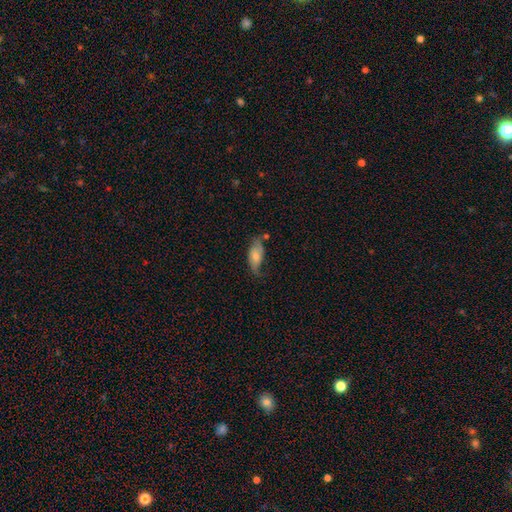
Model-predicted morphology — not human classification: smooth-or-featured: smooth: 60% | featured or disk: 33% | star or artifact: 7%
  how-rounded: in between: 86% | cigar-shaped: 11% | round: 3%
  merging: none: 46% | minor disturbance: 34% | major disturbance: 14% | merger: 6%